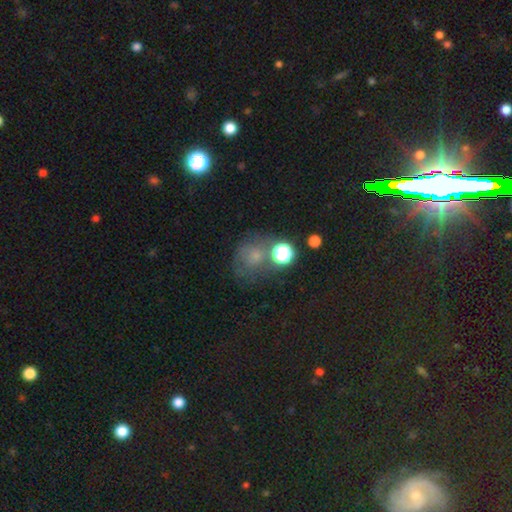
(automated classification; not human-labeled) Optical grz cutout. It shows a smooth galaxy with no disk features (56%) that is round (71%). Merging: none (43%).